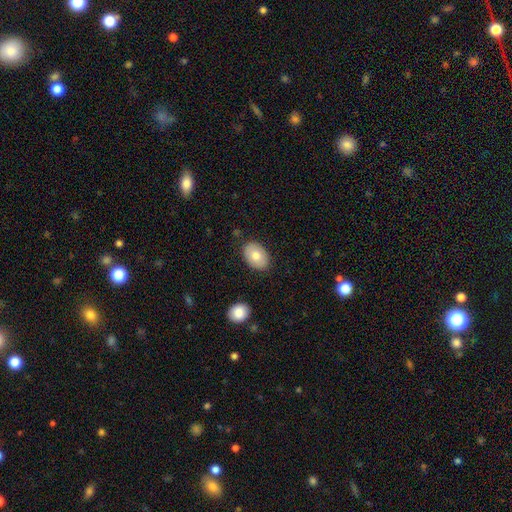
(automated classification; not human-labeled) Smooth or featured? Predicted: smooth (p=0.76). How rounded? Predicted: in between (p=0.84). Merging? Predicted: none (p=0.86).